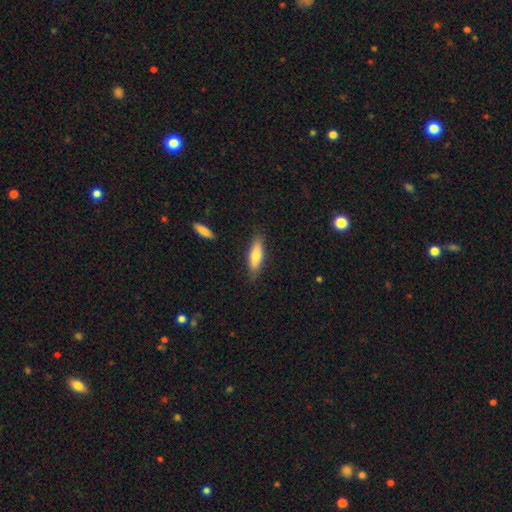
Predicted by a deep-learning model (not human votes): The model was most divided on "how rounded": cigar-shaped: 53%, in between: 45%, round: 2%. More confident: merging — none (83%); smooth or featured — smooth (71%).